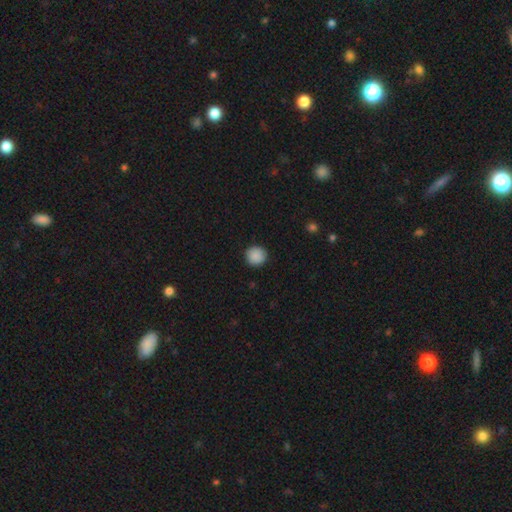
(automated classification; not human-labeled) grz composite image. It shows a smooth galaxy with no disk features (89%) that is round (94%). Merging: none (91%).